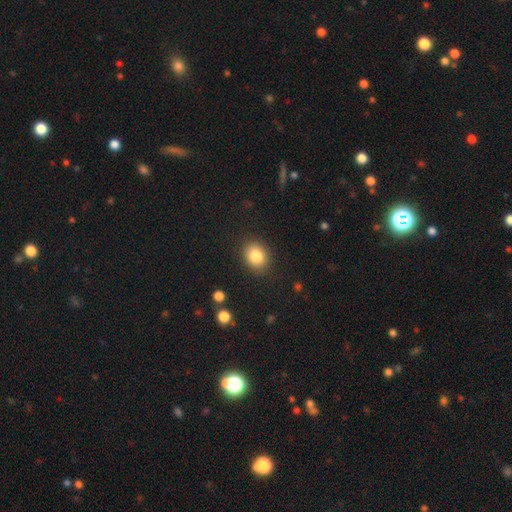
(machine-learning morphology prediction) Overall: smooth (84%). How rounded: round (62%; in between 37%). Merging: none (88%).